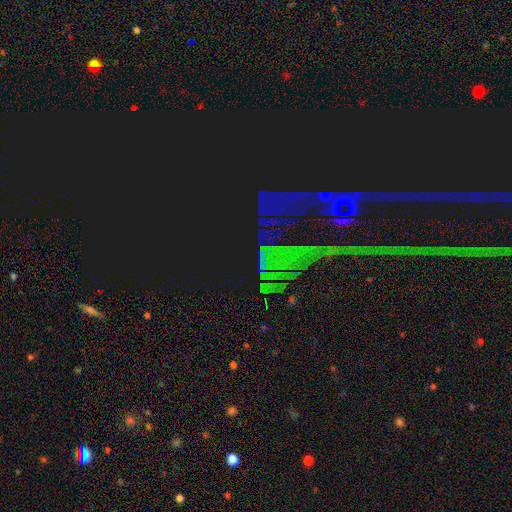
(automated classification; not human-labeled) star or artifact 81%, featured or disk 11%, smooth 9%.